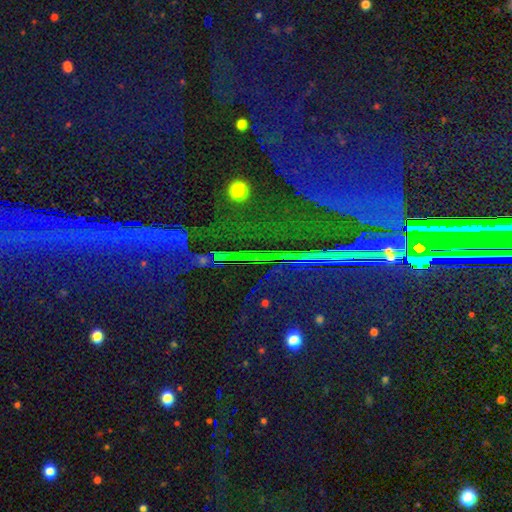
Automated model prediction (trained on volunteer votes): The model was most divided on "smooth or featured": star or artifact: 88%, featured or disk: 6%, smooth: 6%.